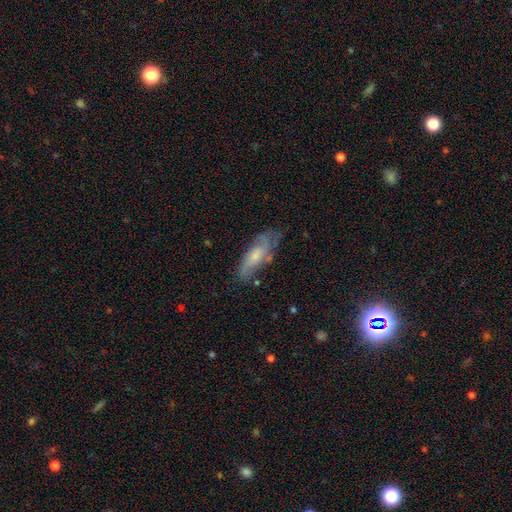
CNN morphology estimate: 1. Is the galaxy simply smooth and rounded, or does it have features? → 48% featured or disk, 44% smooth, 8% star or artifact.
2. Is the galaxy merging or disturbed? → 58% none, 27% minor disturbance, 11% major disturbance, 3% merger.